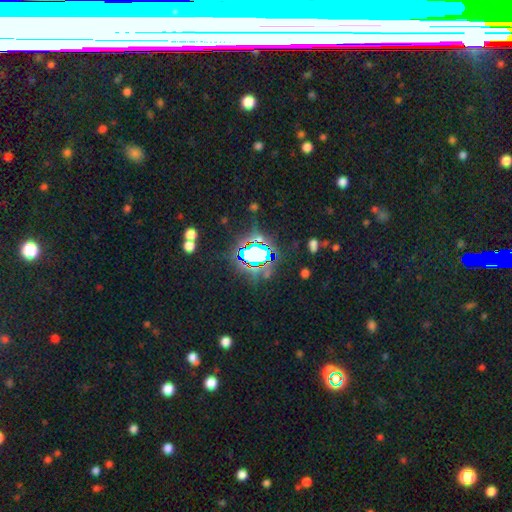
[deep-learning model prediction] Smooth or featured: star or artifact — 75% (smooth — 16%)